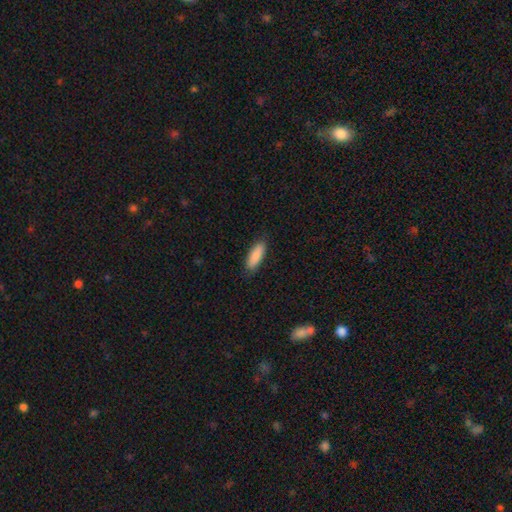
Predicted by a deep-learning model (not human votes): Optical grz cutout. It shows a smooth galaxy with no disk features (87%) that is in between round and cigar-shaped (58%). Merging: none (86%).